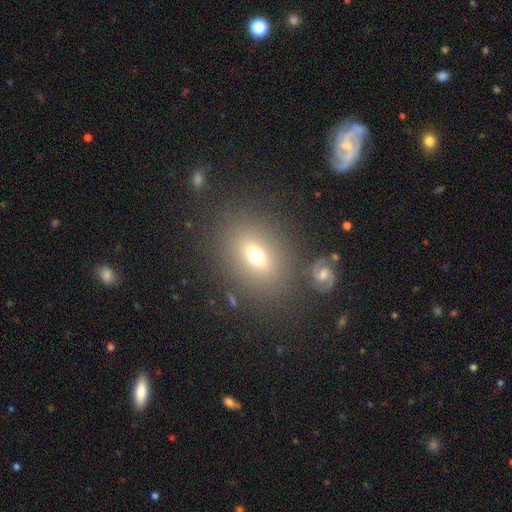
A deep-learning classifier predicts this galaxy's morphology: This appears to be a smooth galaxy with no disk features (65%) that is in between round and cigar-shaped (70%). Merging: none (77%).